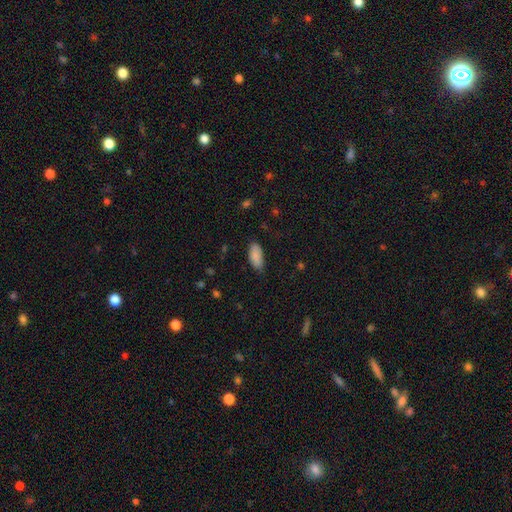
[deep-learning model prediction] A smooth galaxy with no disk features (87%) that is in between round and cigar-shaped (91%). Merging: none (72%).